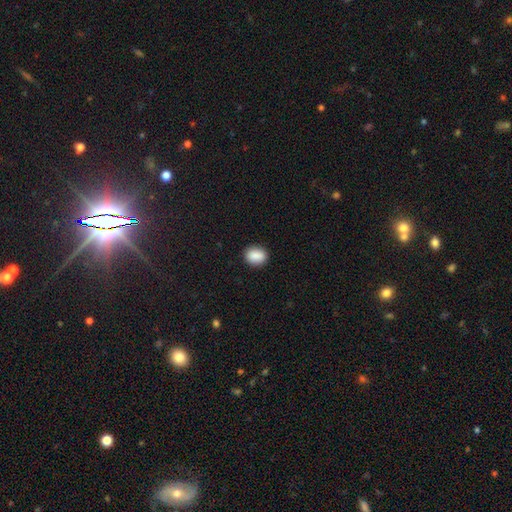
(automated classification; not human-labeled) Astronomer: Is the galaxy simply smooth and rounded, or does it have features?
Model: smooth — 88%.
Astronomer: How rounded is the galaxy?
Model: in between — 51% (runner-up: round, 48%).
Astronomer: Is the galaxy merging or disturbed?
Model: none — 89%.